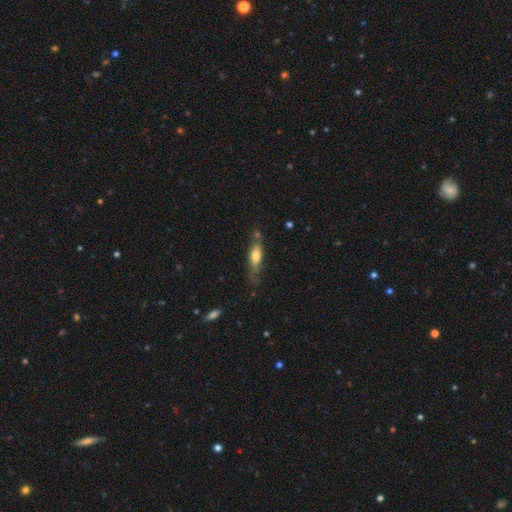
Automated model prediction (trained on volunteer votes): This appears to be a smooth galaxy with no disk features (60%) that is cigar-shaped (52%). Merging: none (53%).